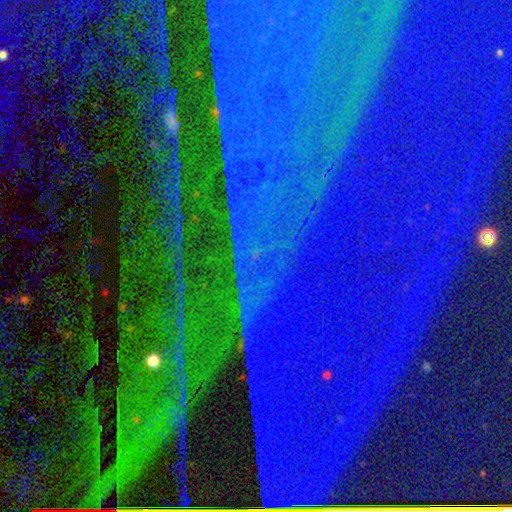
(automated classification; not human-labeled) smooth-or-featured: star or artifact: 89% | featured or disk: 7% | smooth: 4%